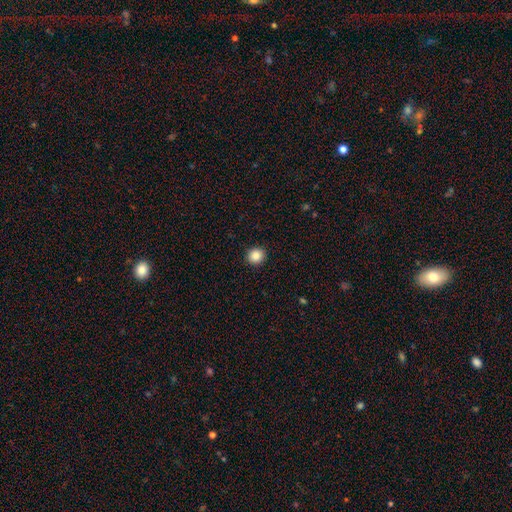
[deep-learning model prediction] This is clearly a smooth galaxy (86%). How rounded: clearly round (89%). Merging: clearly none (93%).